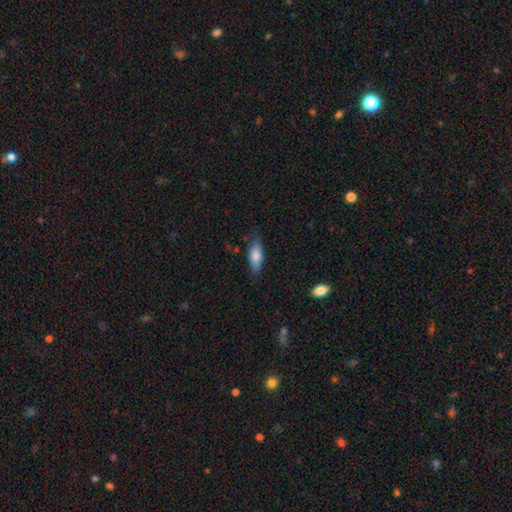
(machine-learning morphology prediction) smooth_or_featured: smooth (p=0.81) [alt: featured or disk p=0.12]
how_rounded: in between (p=0.71) [alt: cigar-shaped p=0.26]
merging: none (p=0.75) [alt: minor disturbance p=0.19]